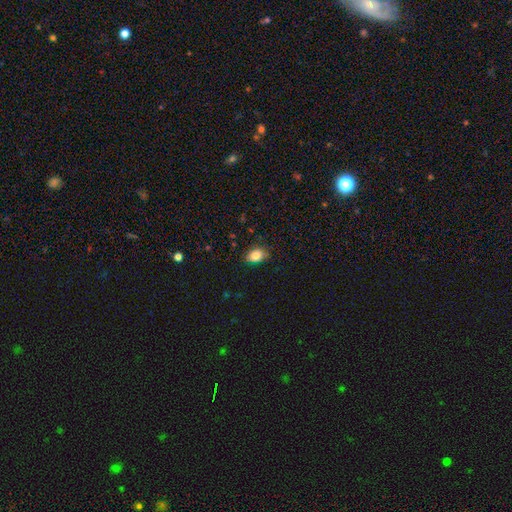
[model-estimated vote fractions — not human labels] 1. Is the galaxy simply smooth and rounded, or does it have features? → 84% smooth, 9% star or artifact, 7% featured or disk.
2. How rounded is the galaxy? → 77% in between, 21% round, 1% cigar-shaped.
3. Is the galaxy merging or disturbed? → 80% none, 16% minor disturbance, 3% major disturbance, 1% merger.